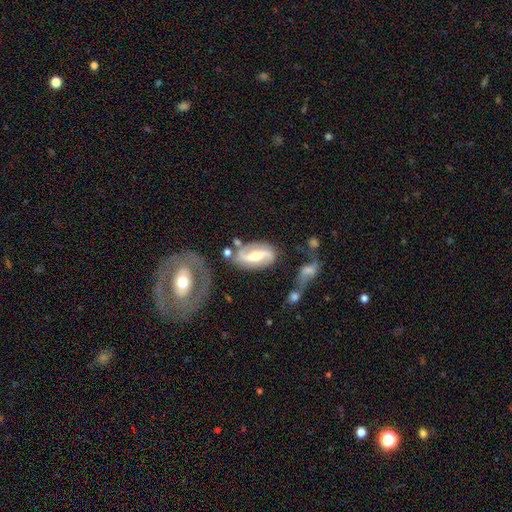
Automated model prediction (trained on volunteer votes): Morphology: type=featured or disk (82%); edge-on=no (93%); bar=strong (48%); spiral arms=yes (92%); winding=loose (45%); arm count=2 (91%); bulge=moderate (63%); merging=none (67%).